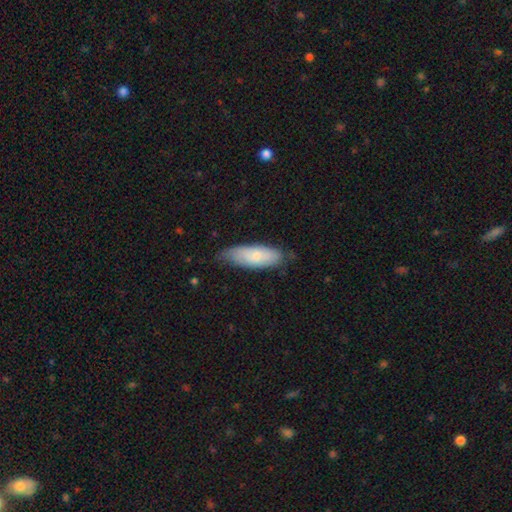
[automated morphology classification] Smooth or featured: smooth — 75% (featured or disk — 19%)
How rounded: in between — 69% (cigar-shaped — 29%)
Merging: none — 64% (minor disturbance — 30%)